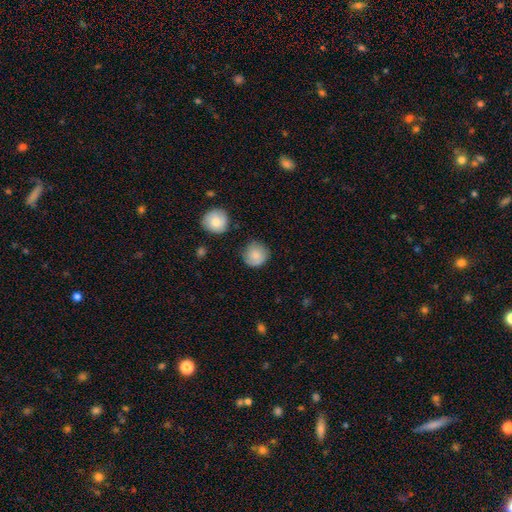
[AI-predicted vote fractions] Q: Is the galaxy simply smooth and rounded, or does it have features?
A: smooth — 81%.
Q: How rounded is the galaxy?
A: round — 93%.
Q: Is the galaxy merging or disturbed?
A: none — 76%.